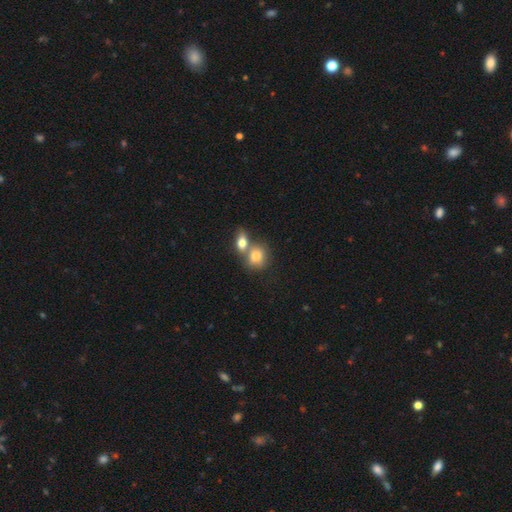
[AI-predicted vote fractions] This appears to be a smooth galaxy with no disk features (78%) that is in between round and cigar-shaped (54%). Merging: merger (57%).